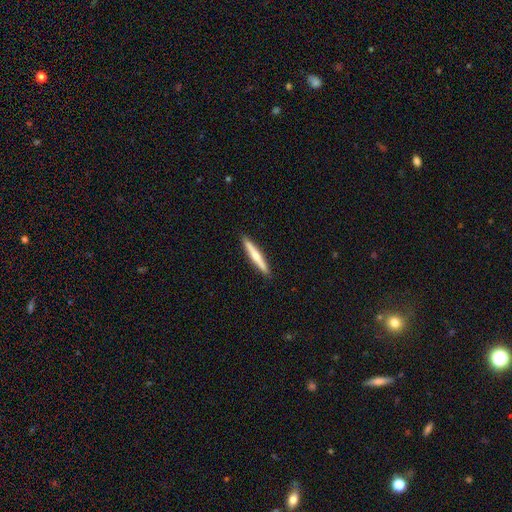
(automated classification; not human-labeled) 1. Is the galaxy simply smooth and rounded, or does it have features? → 48% smooth, 47% featured or disk, 5% star or artifact.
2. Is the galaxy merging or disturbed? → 92% none, 6% minor disturbance, 1% major disturbance, 1% merger.